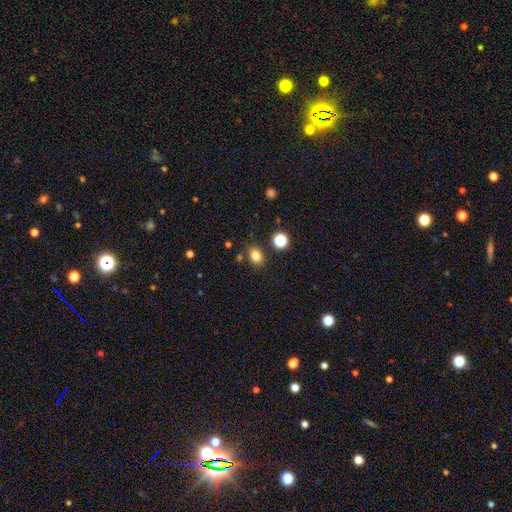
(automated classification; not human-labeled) Overall: smooth (80%). How rounded: round (51%; in between 48%). Merging: none (82%).